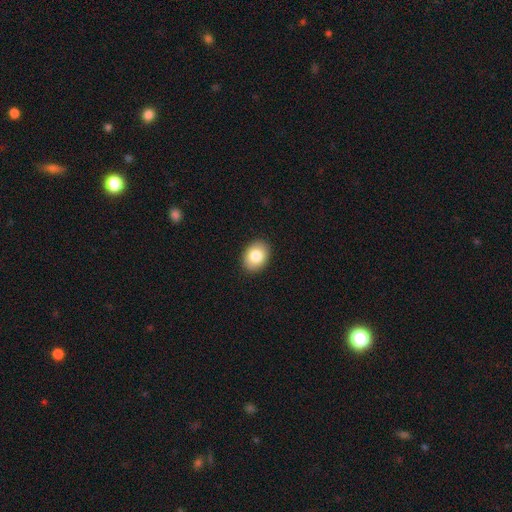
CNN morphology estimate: A smooth galaxy with no disk features (82%) that is in between round and cigar-shaped (68%).

Vote fractions:
- Smooth or featured? smooth: 82% / featured or disk: 10% / star or artifact: 8%
- How rounded? in between: 68% / round: 31% / cigar-shaped: 1%
- Merging? none: 90% / minor disturbance: 7% / major disturbance: 2% / merger: 1%